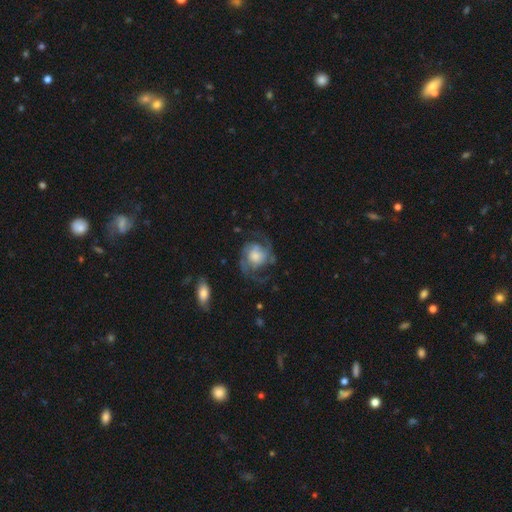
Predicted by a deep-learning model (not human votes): A featured or disk galaxy (76%) with no bar (72%), 2 (66%) medium (49%) spiral arms (92%) and a large central bulge (39%). Merging: none (59%).